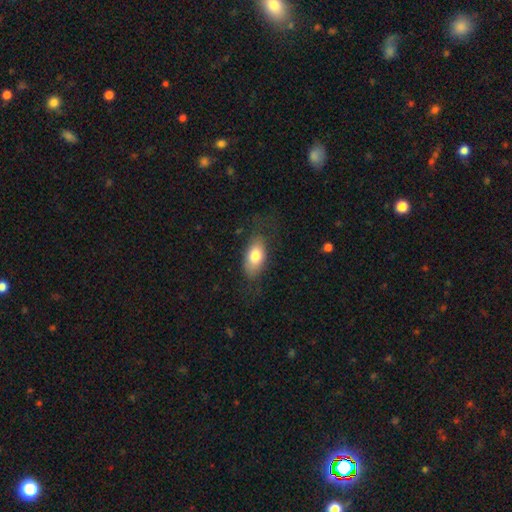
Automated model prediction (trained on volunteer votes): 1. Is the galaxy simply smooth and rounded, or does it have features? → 75% smooth, 18% featured or disk, 7% star or artifact.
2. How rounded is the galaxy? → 90% in between, 5% round, 4% cigar-shaped.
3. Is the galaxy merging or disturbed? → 70% none, 19% minor disturbance, 10% major disturbance, 1% merger.